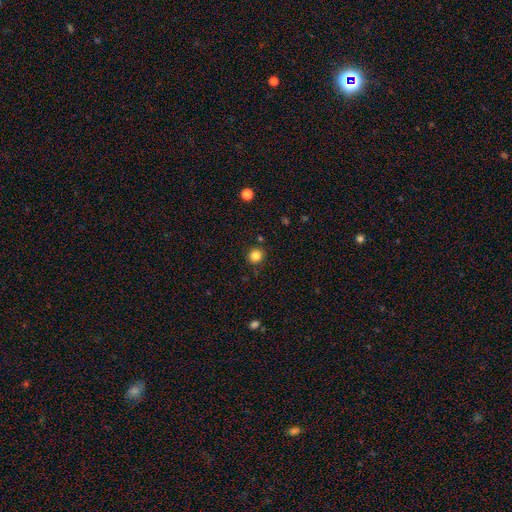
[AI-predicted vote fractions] smooth-or-featured: smooth: 84% | star or artifact: 12% | featured or disk: 4%
  how-rounded: round: 90% | in between: 9% | cigar-shaped: 1%
  merging: none: 89% | minor disturbance: 7% | merger: 2% | major disturbance: 2%